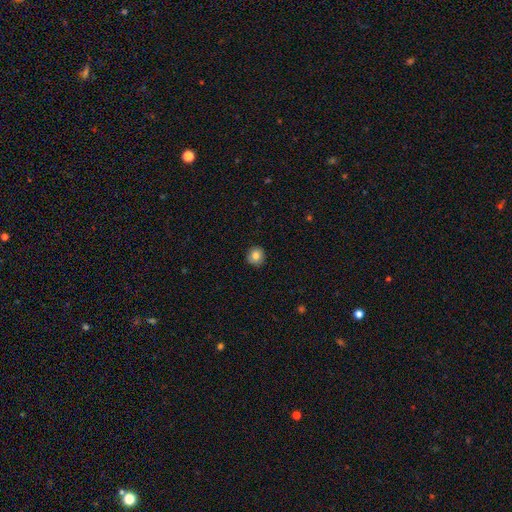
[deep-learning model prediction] Smooth or featured: smooth — 82% (star or artifact — 9%)
How rounded: round — 93% (in between — 6%)
Merging: none — 90% (minor disturbance — 7%)